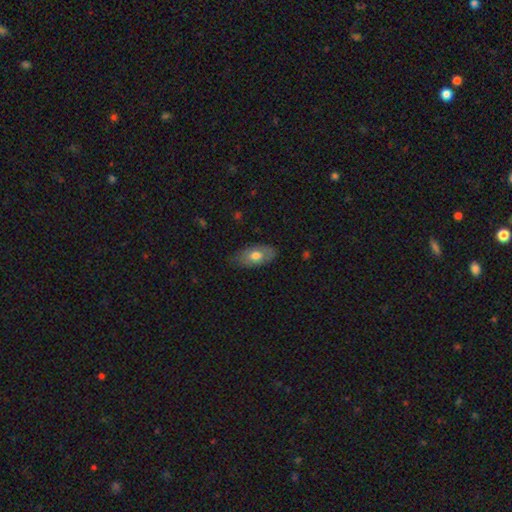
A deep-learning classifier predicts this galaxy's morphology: smooth-or-featured: smooth: 65% | featured or disk: 29% | star or artifact: 6%
  how-rounded: in between: 91% | cigar-shaped: 4% | round: 4%
  merging: none: 73% | minor disturbance: 22% | major disturbance: 4% | merger: 1%